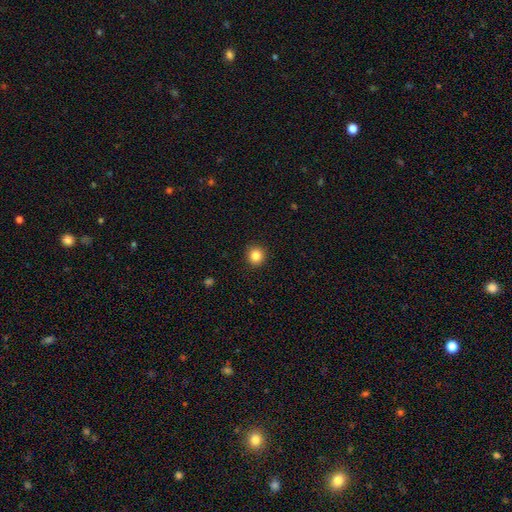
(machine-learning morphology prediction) smooth 85%, star or artifact 11%, featured or disk 4%. Down the decision tree: how rounded — round (92%); merging — none (92%).